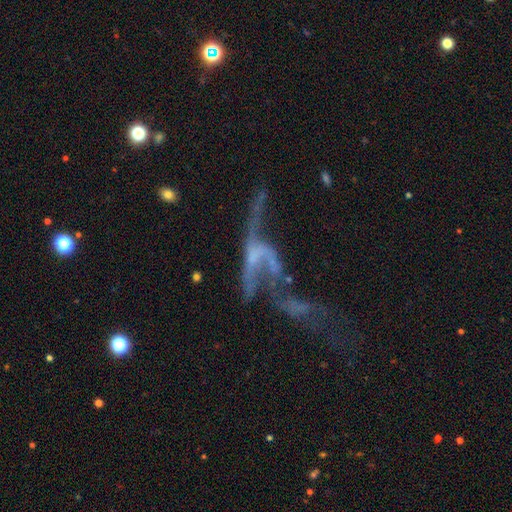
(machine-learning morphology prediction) Smooth or featured: featured or disk — 69% (smooth — 17%)
Edge-on disk: no — 89% (yes — 11%)
Bar: no — 71% (weak — 19%)
Spiral arms: no — 57% (yes — 43%)
Bulge size: none — 67% (small — 21%)
Merging: major disturbance — 40% (merger — 33%)